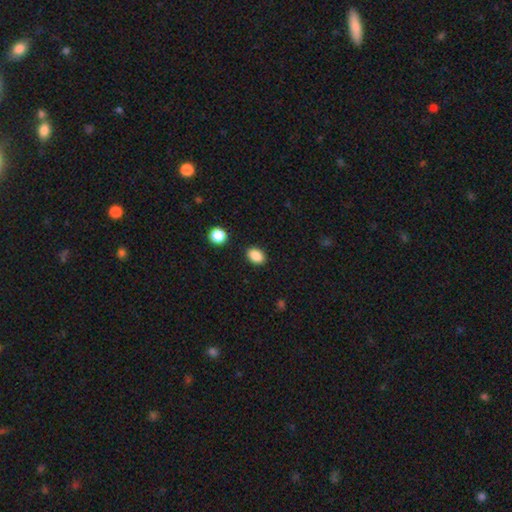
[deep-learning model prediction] Q: Smooth or featured?
A: smooth (87%); runner-up: star or artifact (9%)
Q: How rounded?
A: in between (76%); runner-up: round (23%)
Q: Merging?
A: none (87%); runner-up: minor disturbance (8%)